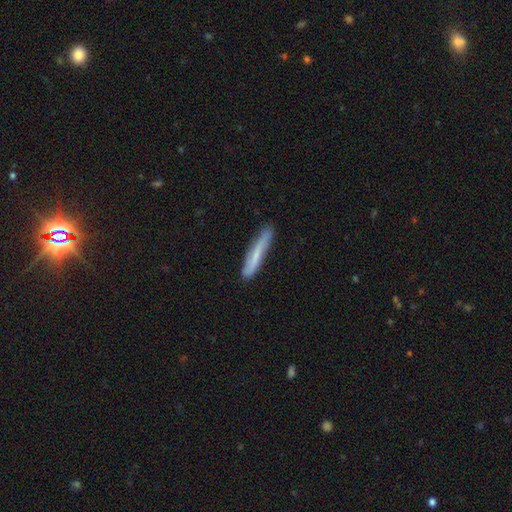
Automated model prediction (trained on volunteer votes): A smooth galaxy with no disk features (60%) that is cigar-shaped (92%). Merging: none (81%).